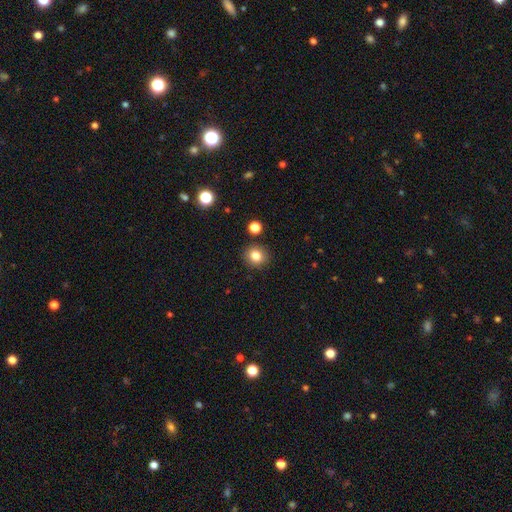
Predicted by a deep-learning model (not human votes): The model was most divided on "how rounded": round: 84%, in between: 15%, cigar-shaped: 1%. More confident: merging — none (87%); smooth or featured — smooth (82%).